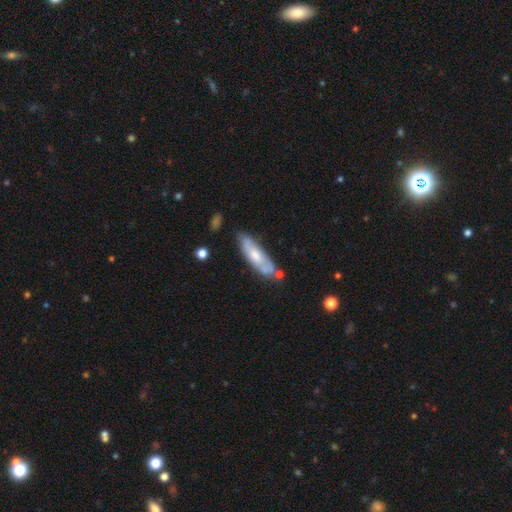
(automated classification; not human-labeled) Smooth or featured: smooth — 48% (featured or disk — 46%)
Merging: none — 62% (minor disturbance — 23%)